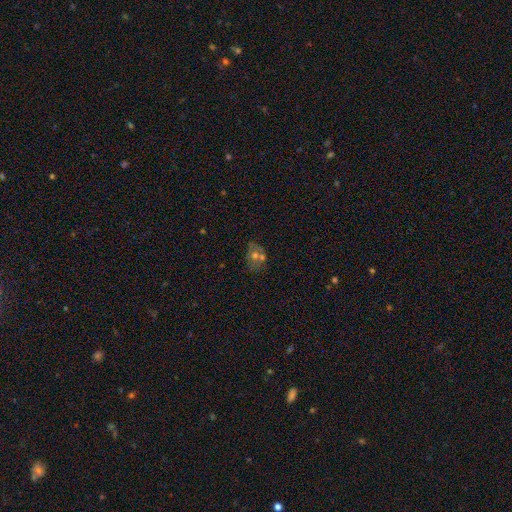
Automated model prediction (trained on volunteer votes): A featured or disk galaxy (41%). Merging: none (51%).